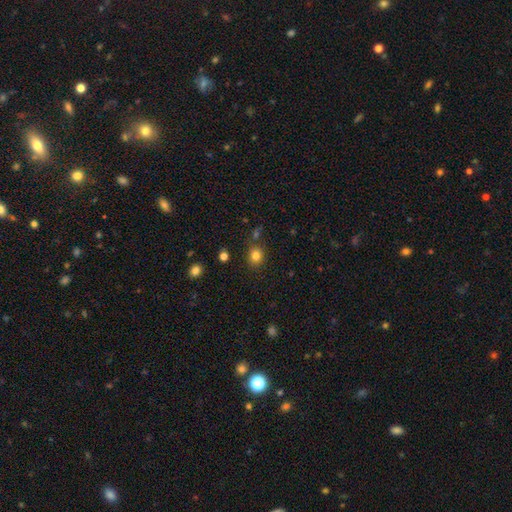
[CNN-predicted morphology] Smooth or featured: smooth — 82% (star or artifact — 12%)
How rounded: round — 68% (in between — 32%)
Merging: none — 81% (minor disturbance — 11%)